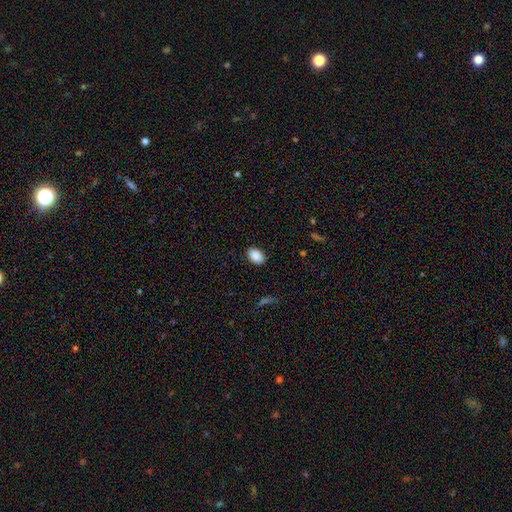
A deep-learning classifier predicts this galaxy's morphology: Smooth or featured? smooth (89%)
How rounded? in between (84%)
Merging? none (88%)